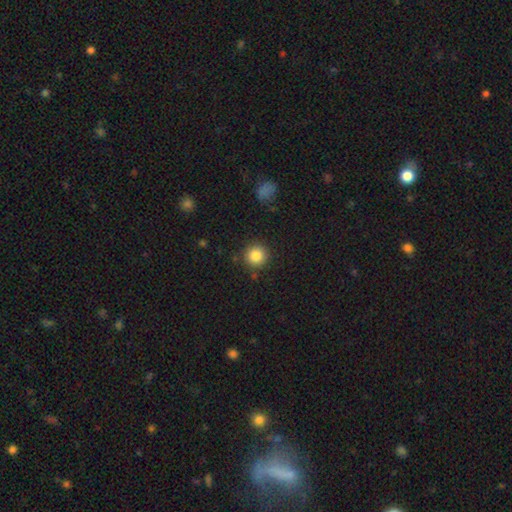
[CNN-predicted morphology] smooth_or_featured: smooth (p=0.85) [alt: star or artifact p=0.10]
how_rounded: round (p=0.94) [alt: in between p=0.05]
merging: none (p=0.88) [alt: minor disturbance p=0.07]